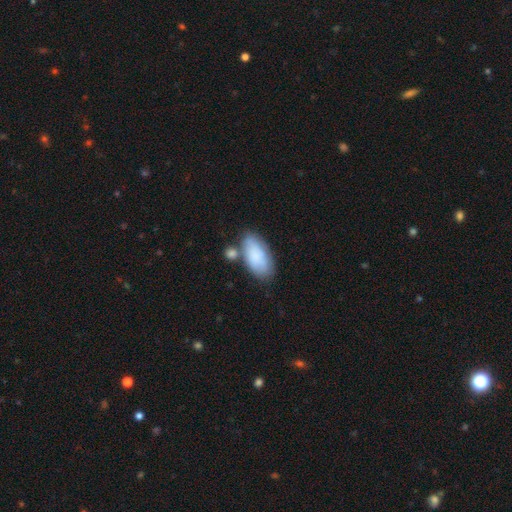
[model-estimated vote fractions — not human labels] Smooth or featured? Predicted: smooth (p=0.81). How rounded? Predicted: in between (p=0.93). Merging? Predicted: none (p=0.56).